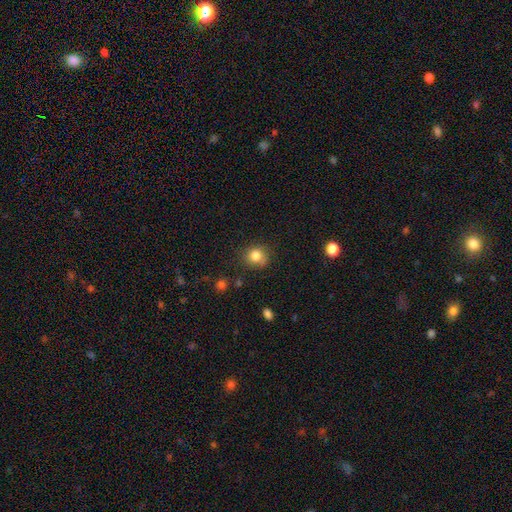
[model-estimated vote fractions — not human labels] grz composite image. It shows a smooth galaxy with no disk features (82%) that is round (81%). Merging: none (74%).